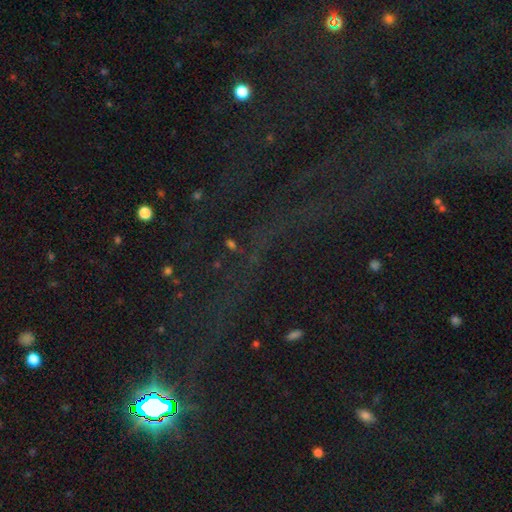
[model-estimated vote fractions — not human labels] Overall: star or artifact (80%).